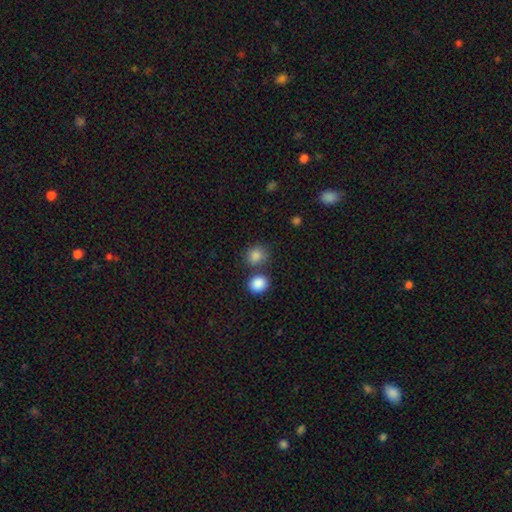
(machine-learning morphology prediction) type=smooth (85%); roundness=round (75%); merging=none (65%).